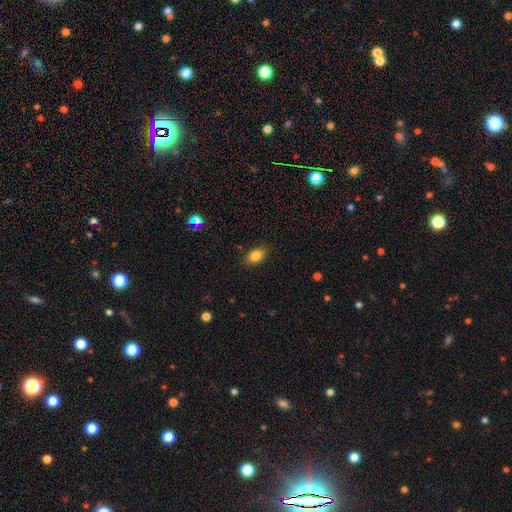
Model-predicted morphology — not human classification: smooth-or-featured: smooth: 83% | star or artifact: 9% | featured or disk: 7%
  how-rounded: in between: 84% | round: 14% | cigar-shaped: 2%
  merging: none: 85% | minor disturbance: 11% | major disturbance: 3% | merger: 1%